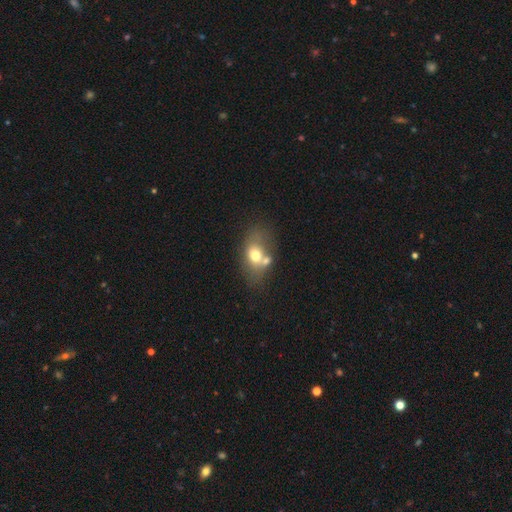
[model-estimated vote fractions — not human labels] Smooth or featured? Predicted: smooth (p=0.64). How rounded? Predicted: in between (p=0.76). Merging? Predicted: none (p=0.40).